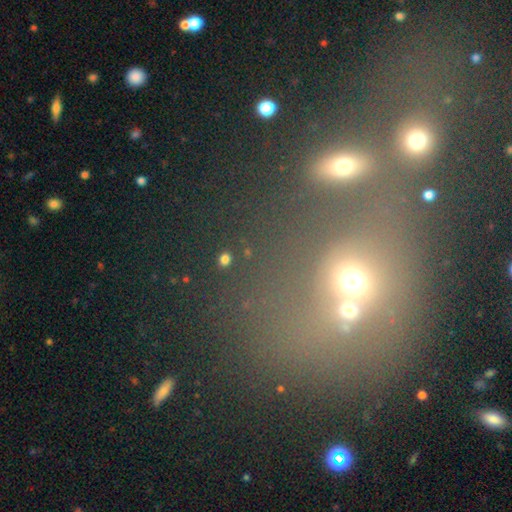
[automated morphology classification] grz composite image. It shows a smooth galaxy with no disk features (50%) that is round (57%). Merging: none (42%).